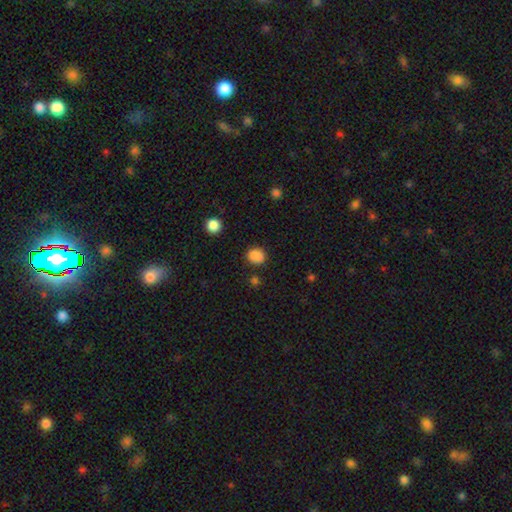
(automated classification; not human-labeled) Overall: smooth (85%). How rounded: round (68%; in between 31%). Merging: none (81%).